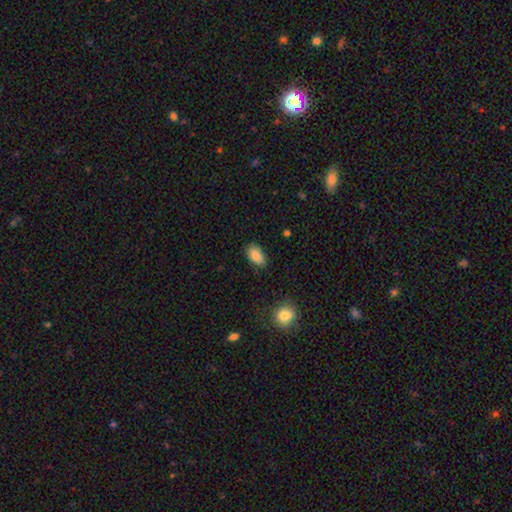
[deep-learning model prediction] A smooth galaxy with no disk features (84%) that is in between round and cigar-shaped (92%).

Vote fractions:
- Smooth or featured? smooth: 84% / star or artifact: 8% / featured or disk: 7%
- How rounded? in between: 92% / round: 6% / cigar-shaped: 2%
- Merging? none: 80% / minor disturbance: 15% / major disturbance: 3% / merger: 2%